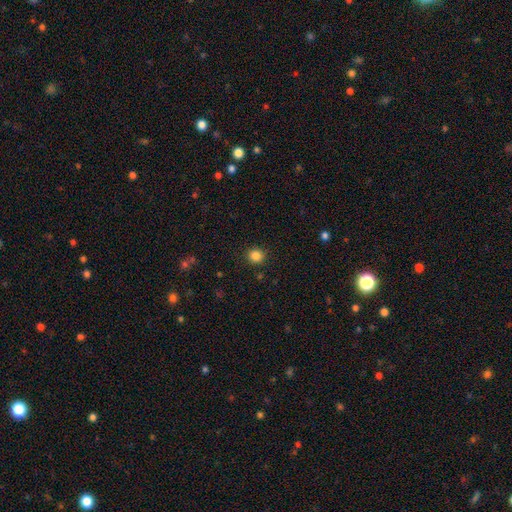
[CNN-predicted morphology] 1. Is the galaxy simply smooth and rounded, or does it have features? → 85% smooth, 12% star or artifact, 4% featured or disk.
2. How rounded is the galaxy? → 89% round, 10% in between, 1% cigar-shaped.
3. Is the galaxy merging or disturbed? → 90% none, 6% minor disturbance, 2% major disturbance, 1% merger.